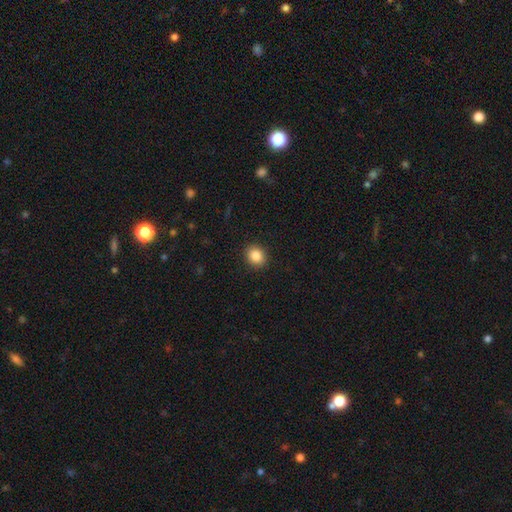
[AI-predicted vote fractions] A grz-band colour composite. It shows a smooth galaxy with no disk features (86%) that is round (67%). Merging: none (90%).